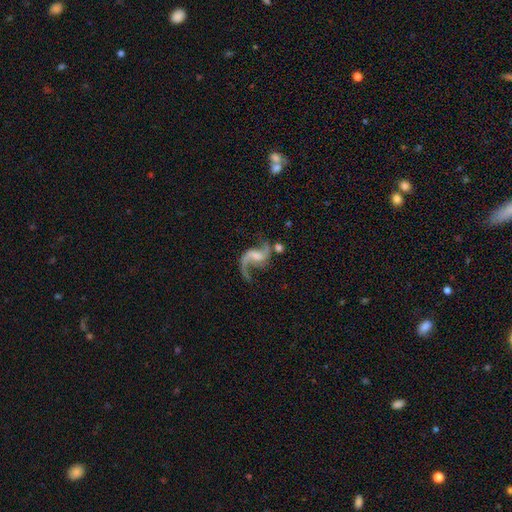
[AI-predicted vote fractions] This is clearly a featured or disk galaxy (88%). It is clearly not viewed edge-on (98%). Bar: possibly weak (48%). Spiral arm pattern: clearly yes (96%). Spiral arm count: clearly 2 (87%). Spiral winding: likely loose (77%). Central bulge: marginally none (34%). Merging: possibly none (54%).